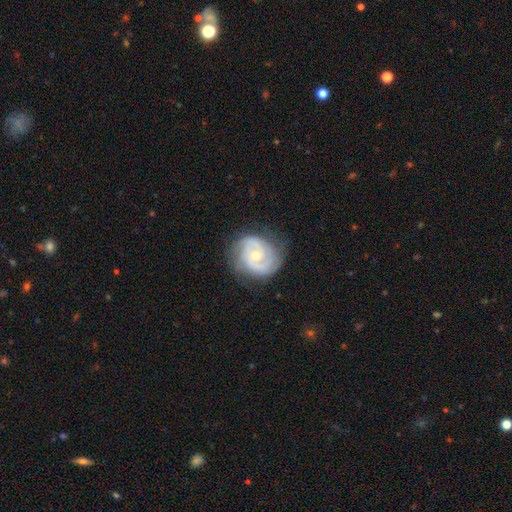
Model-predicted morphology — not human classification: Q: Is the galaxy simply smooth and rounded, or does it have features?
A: featured or disk — 86%.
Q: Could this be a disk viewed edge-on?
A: no — 98%.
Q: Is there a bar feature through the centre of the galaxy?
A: no — 66%.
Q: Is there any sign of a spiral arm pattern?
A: yes — 96%.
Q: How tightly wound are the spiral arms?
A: tight — 59%.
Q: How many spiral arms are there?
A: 2 — 57%.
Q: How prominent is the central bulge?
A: small — 52%.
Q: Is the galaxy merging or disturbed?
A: none — 76%.